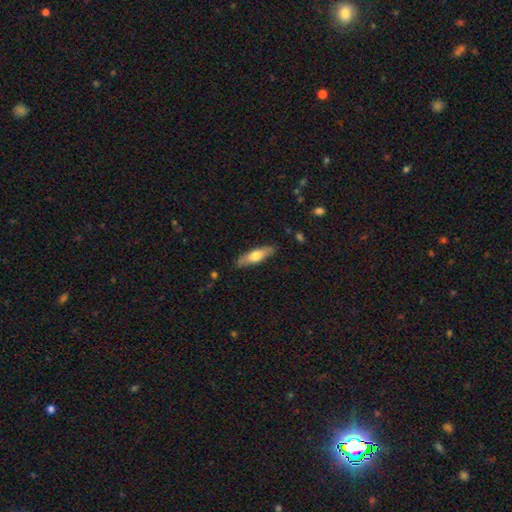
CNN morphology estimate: Smooth or featured? Predicted: smooth (p=0.60). How rounded? Predicted: cigar-shaped (p=0.58). Merging? Predicted: none (p=0.85).